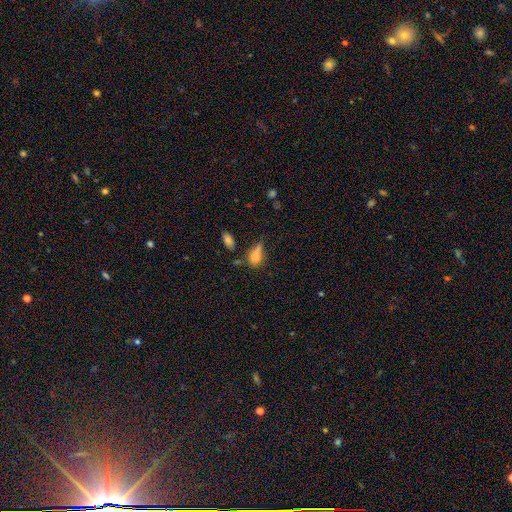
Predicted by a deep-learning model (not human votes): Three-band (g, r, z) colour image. It shows a smooth galaxy with no disk features (74%) that is in between round and cigar-shaped (70%). Merging: none (37%).